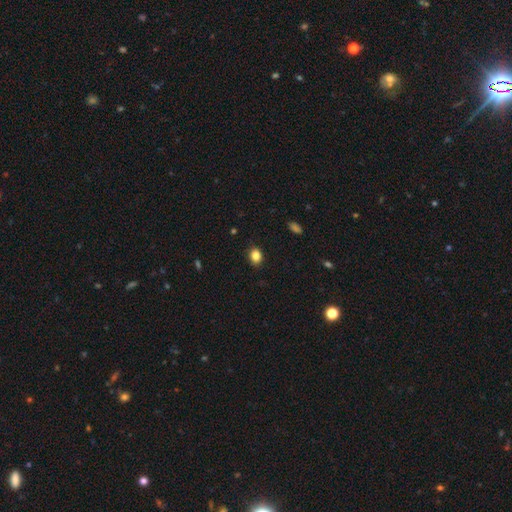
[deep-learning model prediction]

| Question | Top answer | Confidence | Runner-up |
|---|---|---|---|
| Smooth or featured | smooth | 85% | star or artifact (10%) |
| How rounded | in between | 54% | round (45%) |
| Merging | none | 88% | minor disturbance (9%) |